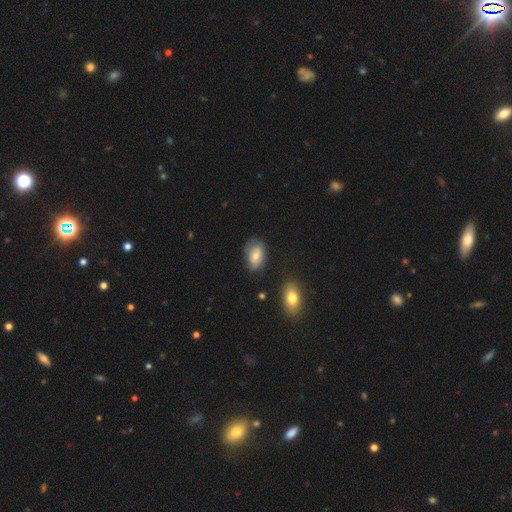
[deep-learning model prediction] smooth-or-featured: smooth: 62% | featured or disk: 30% | star or artifact: 8%
  how-rounded: in between: 88% | round: 11% | cigar-shaped: 2%
  merging: none: 62% | minor disturbance: 28% | major disturbance: 8% | merger: 3%